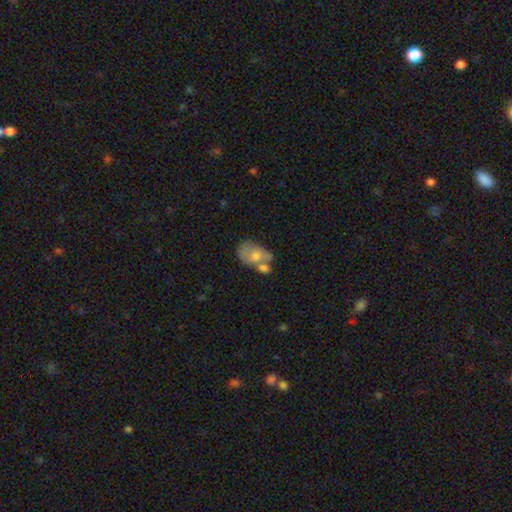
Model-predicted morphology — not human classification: This is possibly a smooth galaxy (60%). How rounded: clearly in between (82%). Merging: marginally merger (44%).